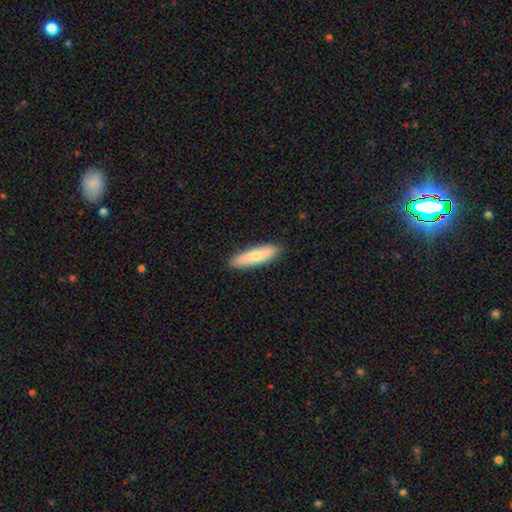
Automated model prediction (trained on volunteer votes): smooth_or_featured: smooth (p=0.71) [alt: featured or disk p=0.24]
how_rounded: cigar-shaped (p=0.66) [alt: in between p=0.32]
merging: none (p=0.88) [alt: minor disturbance p=0.09]